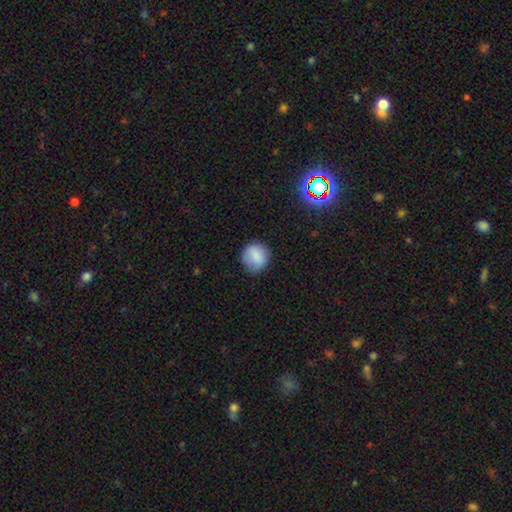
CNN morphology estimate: Smooth or featured: smooth — 83% (star or artifact — 9%)
How rounded: round — 85% (in between — 14%)
Merging: none — 77% (minor disturbance — 17%)